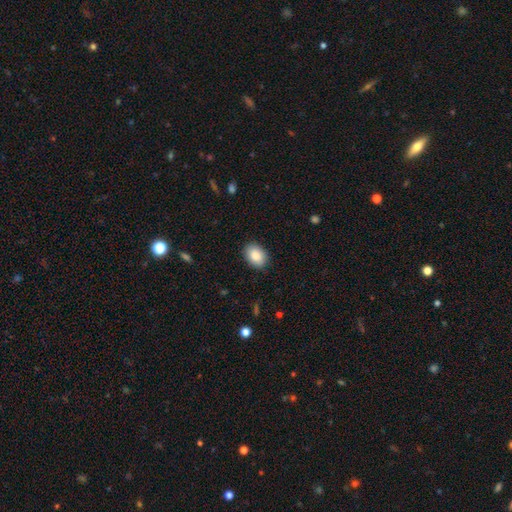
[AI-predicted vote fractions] This appears to be a smooth galaxy with no disk features (87%) that is in between round and cigar-shaped (78%). Merging: none (89%).